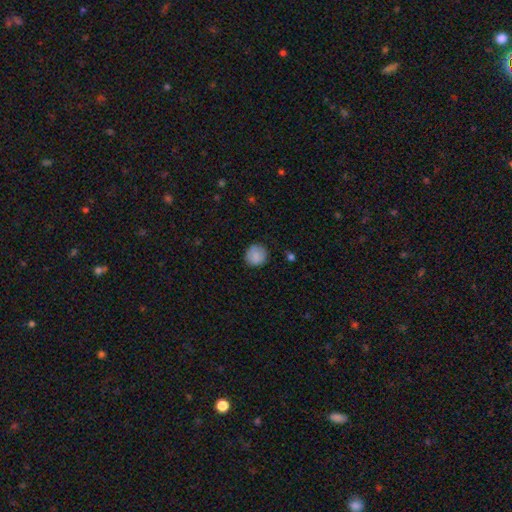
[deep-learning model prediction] A smooth galaxy with no disk features (87%) that is round (90%).

Vote fractions:
- Smooth or featured? smooth: 87% / star or artifact: 8% / featured or disk: 5%
- How rounded? round: 90% / in between: 9% / cigar-shaped: 1%
- Merging? none: 83% / minor disturbance: 13% / major disturbance: 3% / merger: 1%